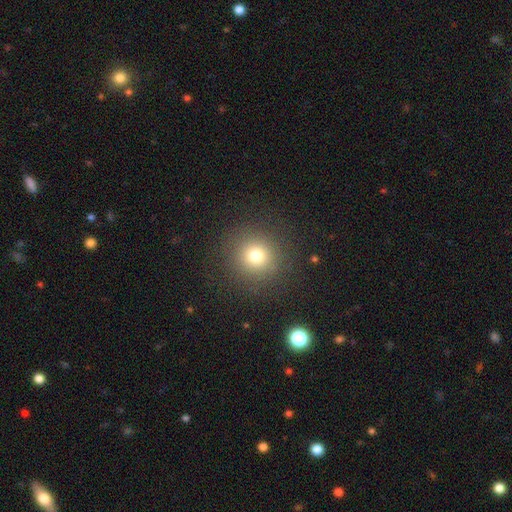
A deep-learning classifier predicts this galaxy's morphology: A smooth galaxy with no disk features (74%) that is round (93%). Merging: none (89%).